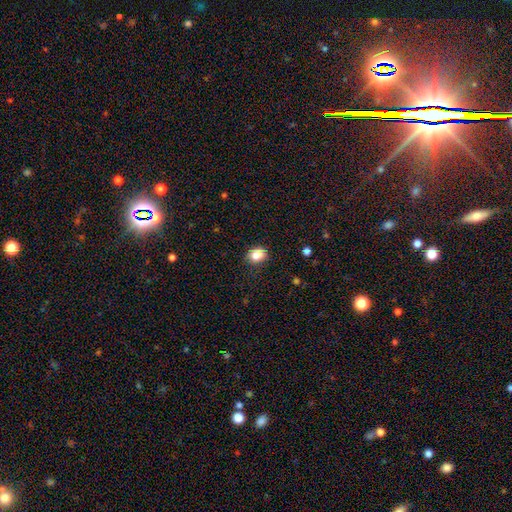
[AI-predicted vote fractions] Smooth or featured: smooth — 86% (star or artifact — 9%)
How rounded: in between — 57% (round — 42%)
Merging: none — 84% (minor disturbance — 12%)